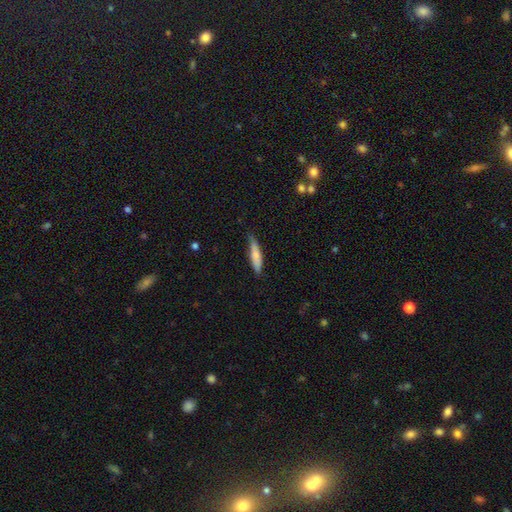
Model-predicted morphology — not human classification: smooth_or_featured: smooth (p=0.76) [alt: featured or disk p=0.19]
how_rounded: cigar-shaped (p=0.80) [alt: in between p=0.18]
merging: none (p=0.71) [alt: minor disturbance p=0.24]